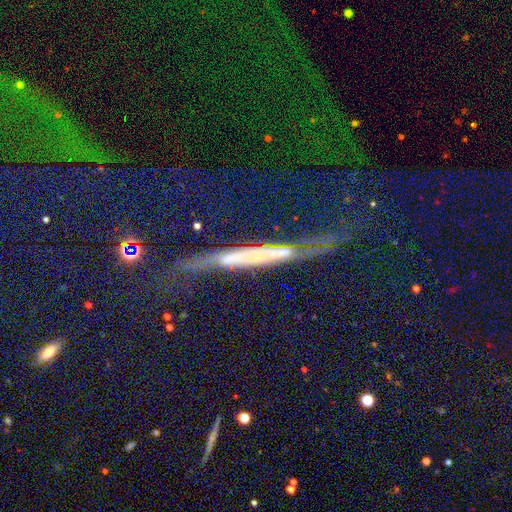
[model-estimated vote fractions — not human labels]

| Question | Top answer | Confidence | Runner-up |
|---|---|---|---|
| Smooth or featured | featured or disk | 39% | star or artifact (35%) |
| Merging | none | 57% | minor disturbance (19%) |